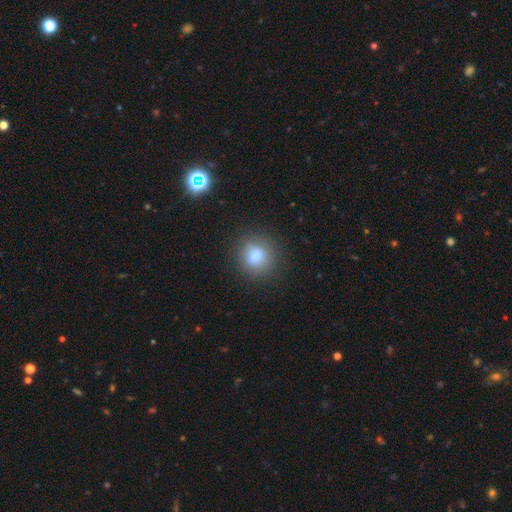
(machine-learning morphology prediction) The model was most divided on "how rounded": round: 81%, in between: 18%, cigar-shaped: 1%. More confident: smooth or featured — smooth (82%); merging — none (81%).